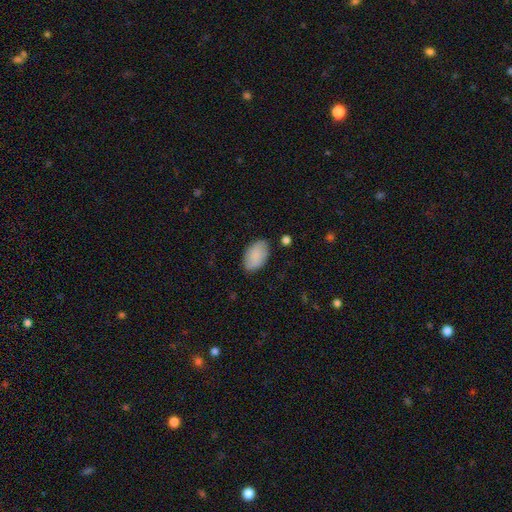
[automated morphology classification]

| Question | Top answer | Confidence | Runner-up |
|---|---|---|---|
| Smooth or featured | smooth | 88% | featured or disk (7%) |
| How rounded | in between | 94% | round (5%) |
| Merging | none | 84% | minor disturbance (12%) |